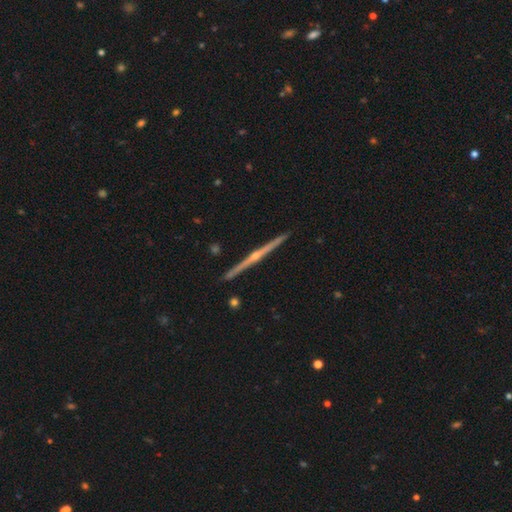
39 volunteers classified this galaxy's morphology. smooth_or_featured: featured or disk (p=0.90) [alt: smooth p=0.05]
disk_edge_on: yes (p=1.00)
edge_on_bulge: rounded (p=0.91) [alt: none p=0.09]
merging: none (p=1.00)